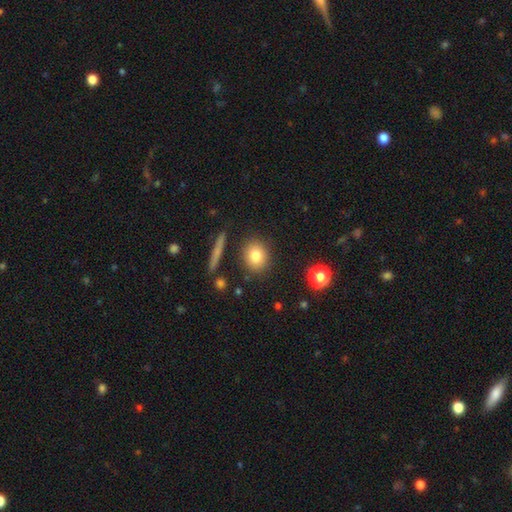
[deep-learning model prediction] The model was most divided on "how rounded": round: 65%, in between: 32%, cigar-shaped: 2%. More confident: merging — none (86%); smooth or featured — smooth (81%).